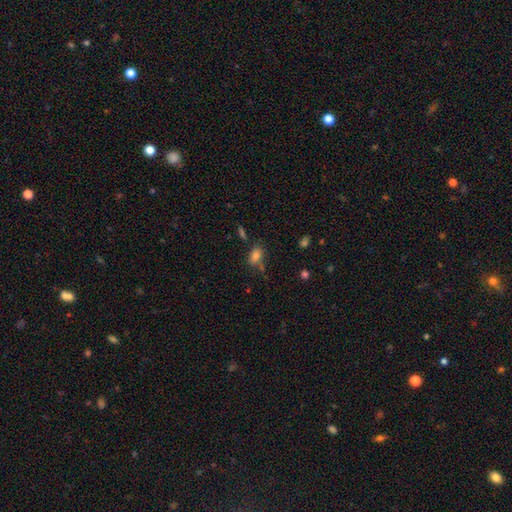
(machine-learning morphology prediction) Smooth or featured: smooth — 80% (star or artifact — 12%)
How rounded: in between — 85% (round — 11%)
Merging: none — 65% (minor disturbance — 18%)